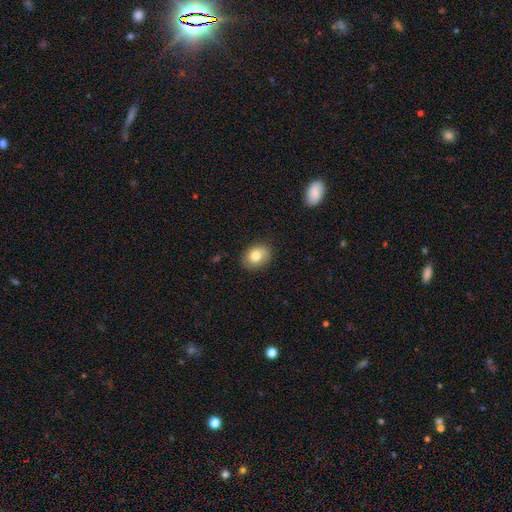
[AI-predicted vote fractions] The model was most divided on "how rounded": in between: 60%, round: 39%, cigar-shaped: 1%. More confident: merging — none (83%); smooth or featured — smooth (79%).